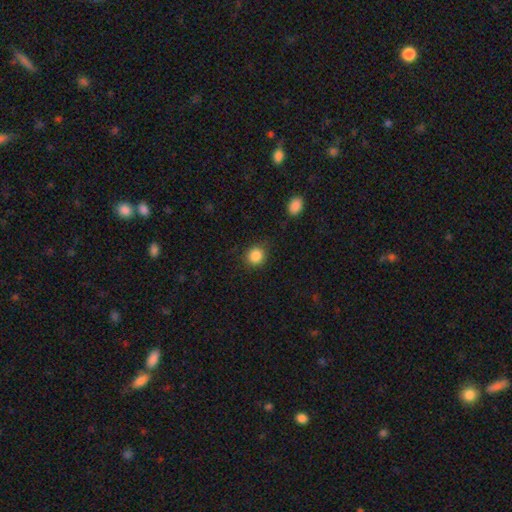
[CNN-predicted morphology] This is clearly a smooth galaxy (87%). How rounded: clearly round (86%). Merging: clearly none (86%).